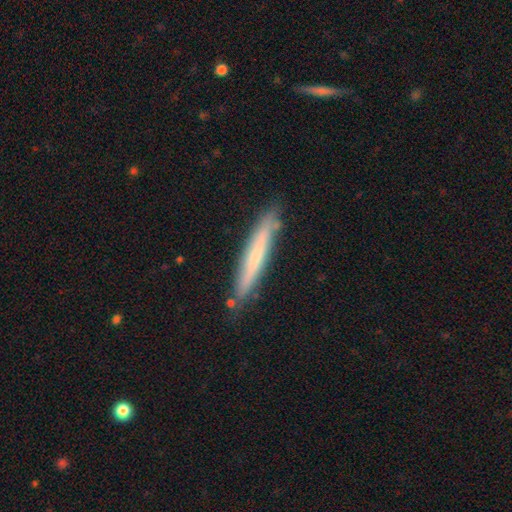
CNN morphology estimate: Smooth or featured? smooth (49%)
Merging? none (82%)